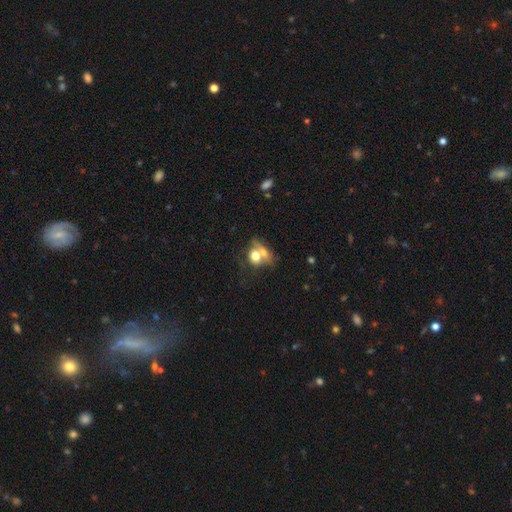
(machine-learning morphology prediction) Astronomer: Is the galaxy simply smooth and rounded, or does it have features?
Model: smooth — 65%.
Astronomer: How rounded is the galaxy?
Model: round — 50% (runner-up: in between, 46%).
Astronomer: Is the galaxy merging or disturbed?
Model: merger — 60%.